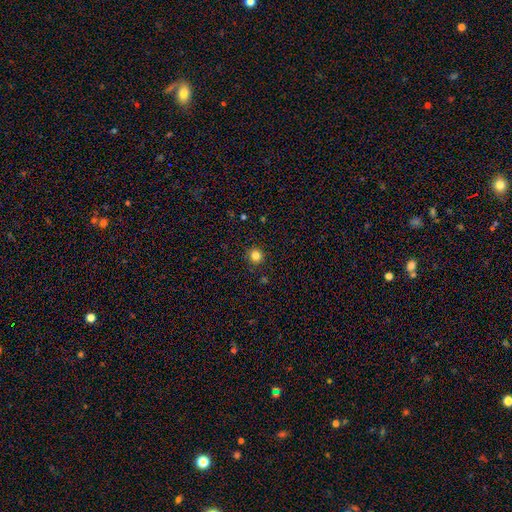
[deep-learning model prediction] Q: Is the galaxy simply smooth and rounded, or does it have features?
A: smooth — 82%.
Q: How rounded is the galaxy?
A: round — 94%.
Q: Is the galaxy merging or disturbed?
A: none — 91%.